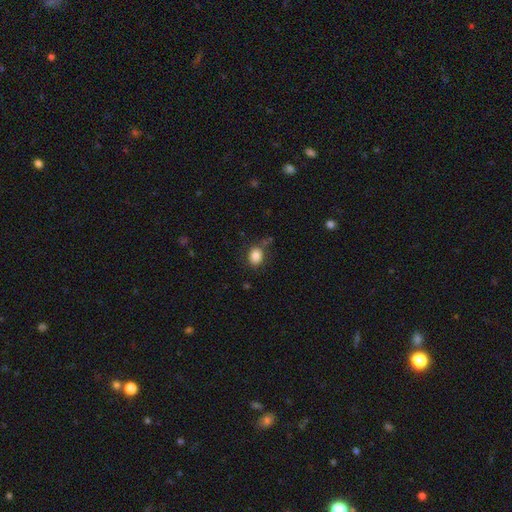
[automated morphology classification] Q: Smooth or featured?
A: smooth (84%); runner-up: star or artifact (10%)
Q: How rounded?
A: in between (53%); runner-up: round (46%)
Q: Merging?
A: none (74%); runner-up: minor disturbance (16%)